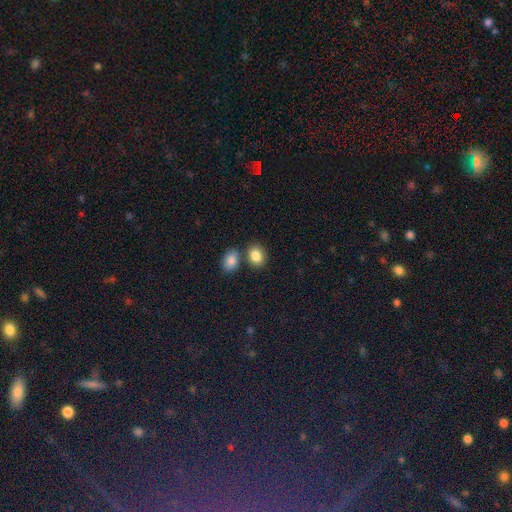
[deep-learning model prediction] Smooth or featured?
  - smooth: 86% *
  - star or artifact: 8%
  - featured or disk: 6%
How rounded?
  - in between: 59% *
  - round: 40%
  - cigar-shaped: 1%
Merging?
  - none: 62% *
  - merger: 23%
  - minor disturbance: 11%
  - major disturbance: 3%